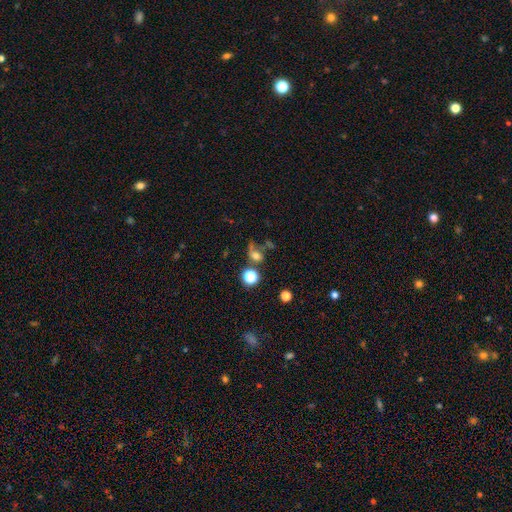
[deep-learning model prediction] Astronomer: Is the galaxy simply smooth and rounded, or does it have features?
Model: smooth — 58%.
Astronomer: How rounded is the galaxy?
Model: round — 64%.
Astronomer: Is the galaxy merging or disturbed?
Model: none — 37% (runner-up: major disturbance, 24%).